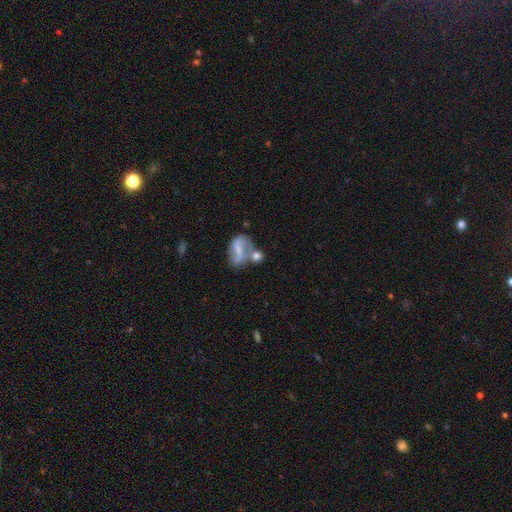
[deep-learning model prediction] A featured or disk galaxy (47%). Merging: none (39%).